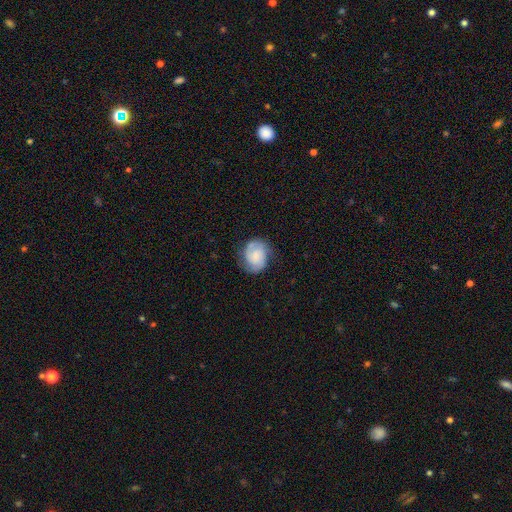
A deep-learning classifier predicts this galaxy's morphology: Overall: featured or disk (51%; smooth 41%). Edge-on disk: no (98%). Bar: no (66%; weak 29%). Spiral arms: yes (90%). Bulge size: small (47%; moderate 25%). Merging: none (69%).